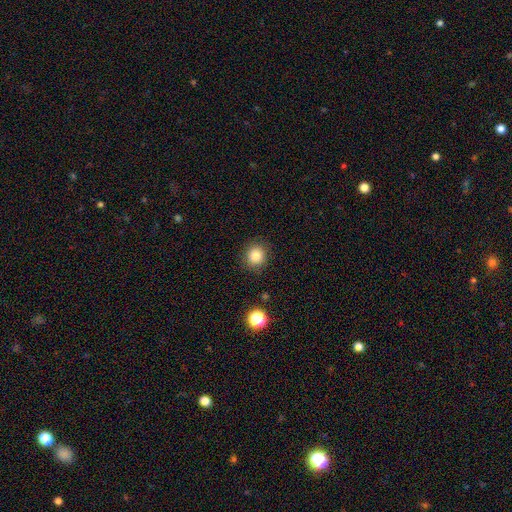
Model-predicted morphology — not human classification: smooth-or-featured: smooth: 83% | star or artifact: 11% | featured or disk: 6%
  how-rounded: round: 86% | in between: 13% | cigar-shaped: 1%
  merging: none: 88% | minor disturbance: 8% | major disturbance: 3% | merger: 1%